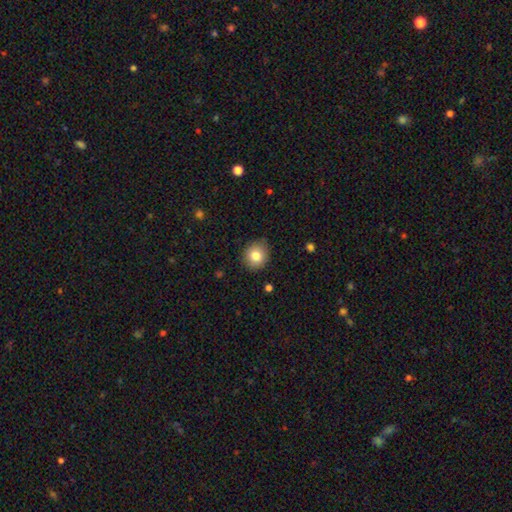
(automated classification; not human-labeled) Smooth or featured? smooth (81%)
How rounded? round (81%)
Merging? none (86%)